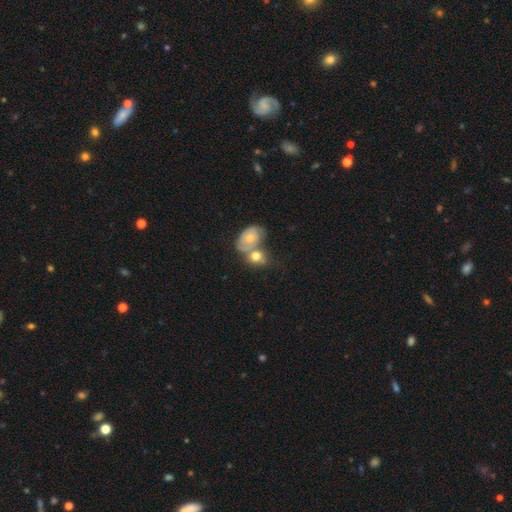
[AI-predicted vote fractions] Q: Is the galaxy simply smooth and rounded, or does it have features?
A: smooth — 56%.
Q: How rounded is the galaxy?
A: in between — 55%.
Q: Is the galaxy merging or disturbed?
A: merger — 55%.